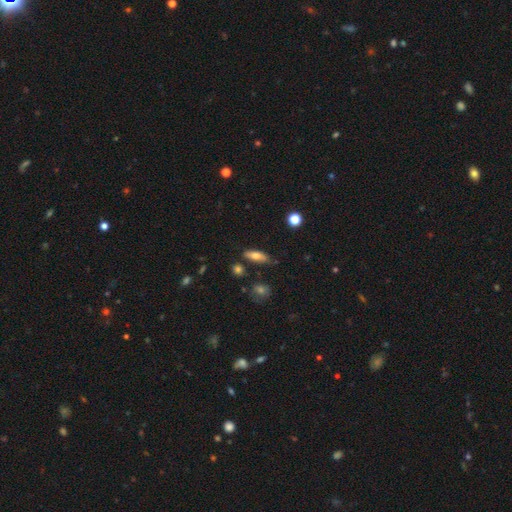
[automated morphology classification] Smooth or featured?
  - smooth: 70% *
  - featured or disk: 23%
  - star or artifact: 8%
How rounded?
  - in between: 60% *
  - cigar-shaped: 37%
  - round: 3%
Merging?
  - none: 78% *
  - minor disturbance: 15%
  - merger: 4%
  - major disturbance: 3%